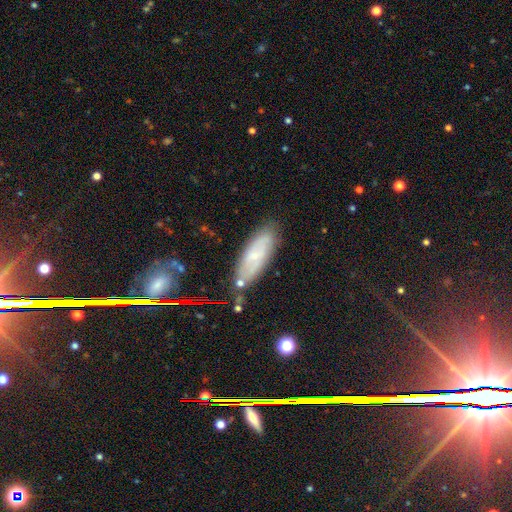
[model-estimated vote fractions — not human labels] Smooth or featured: smooth — 47% (featured or disk — 43%)
Merging: none — 75% (minor disturbance — 17%)